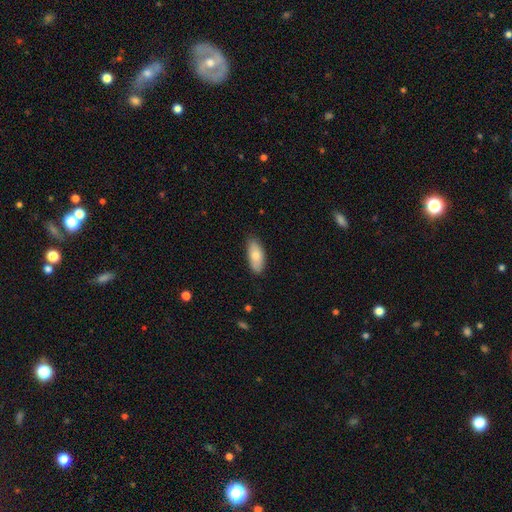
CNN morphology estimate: The model was most divided on "smooth or featured": smooth: 78%, featured or disk: 16%, star or artifact: 6%. More confident: how rounded — in between (84%); merging — none (82%).